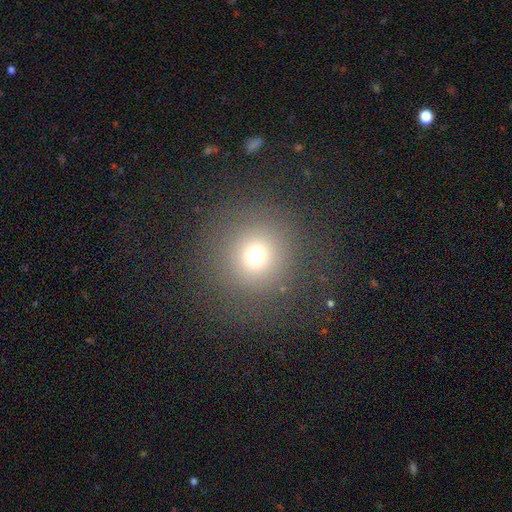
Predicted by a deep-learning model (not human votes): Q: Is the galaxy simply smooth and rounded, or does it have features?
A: smooth — 69%.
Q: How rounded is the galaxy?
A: round — 94%.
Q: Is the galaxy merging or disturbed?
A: none — 83%.